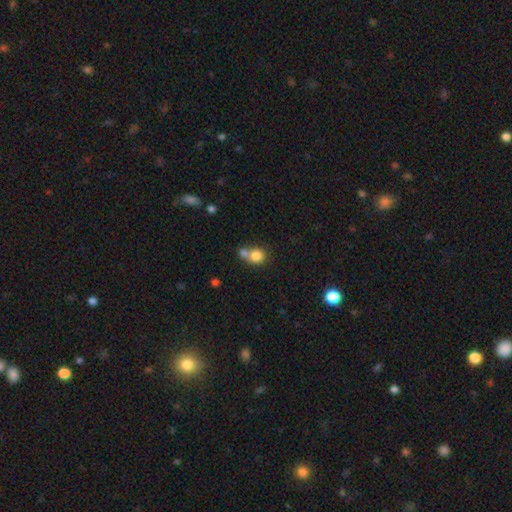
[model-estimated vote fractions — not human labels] Smooth or featured?
  - smooth: 81% *
  - star or artifact: 10%
  - featured or disk: 9%
How rounded?
  - round: 83% *
  - in between: 16%
  - cigar-shaped: 1%
Merging?
  - merger: 49% *
  - none: 41%
  - minor disturbance: 7%
  - major disturbance: 3%